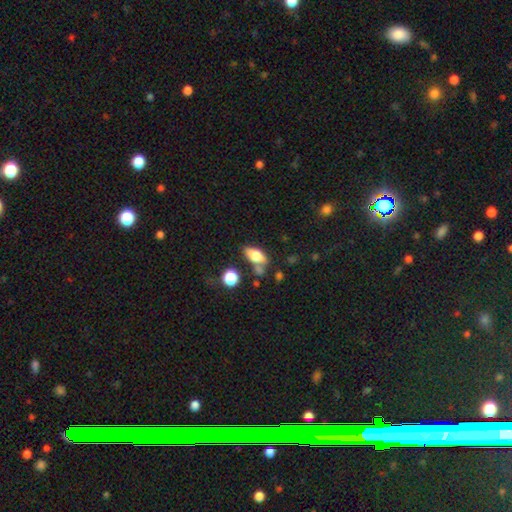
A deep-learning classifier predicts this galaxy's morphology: smooth-or-featured: smooth: 71% | featured or disk: 20% | star or artifact: 9%
  how-rounded: in between: 83% | cigar-shaped: 11% | round: 6%
  merging: none: 59% | minor disturbance: 19% | merger: 15% | major disturbance: 7%